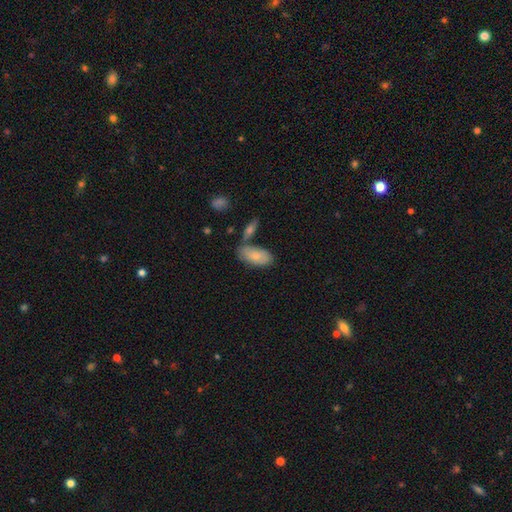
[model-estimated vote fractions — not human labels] Overall: smooth (78%). How rounded: in between (92%). Merging: none (57%; merger 20%).